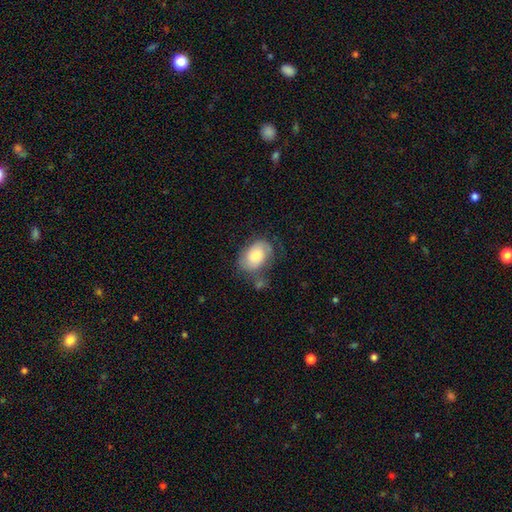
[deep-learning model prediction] smooth 69%, featured or disk 24%, star or artifact 7%. Down the decision tree: how rounded — in between (84%); merging — none (50%).